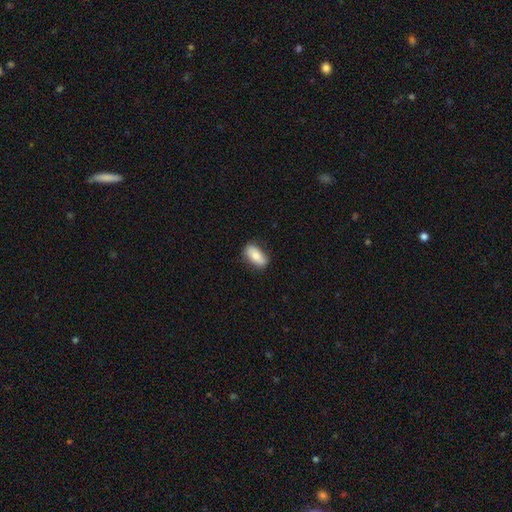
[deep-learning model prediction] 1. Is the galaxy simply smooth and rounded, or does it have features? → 77% smooth, 16% featured or disk, 6% star or artifact.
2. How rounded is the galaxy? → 89% in between, 7% cigar-shaped, 4% round.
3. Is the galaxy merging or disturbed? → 82% none, 14% minor disturbance, 3% major disturbance, 1% merger.